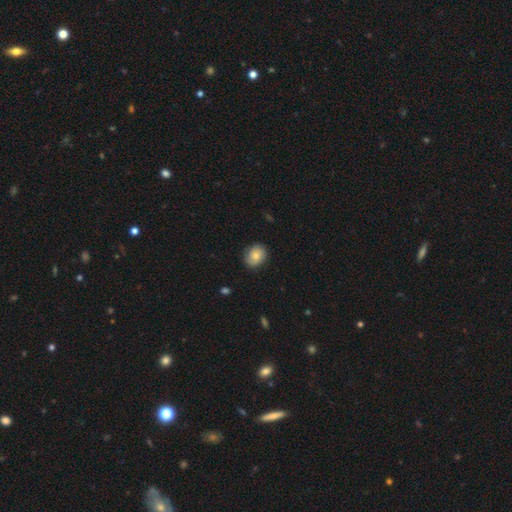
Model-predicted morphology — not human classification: Q: Smooth or featured?
A: smooth (76%); runner-up: featured or disk (16%)
Q: How rounded?
A: round (53%); runner-up: in between (46%)
Q: Merging?
A: none (81%); runner-up: minor disturbance (15%)